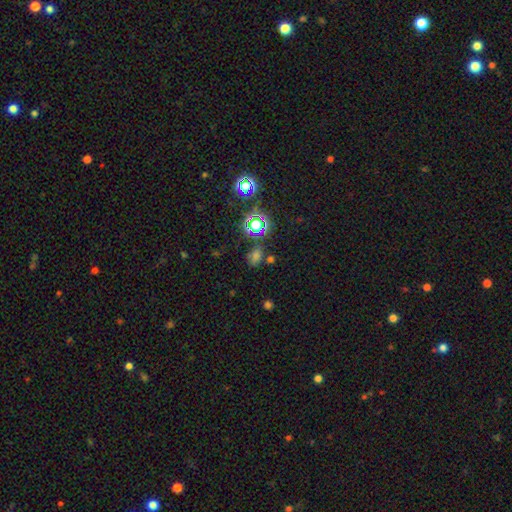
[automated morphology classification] Q: Smooth or featured?
A: star or artifact (53%); runner-up: smooth (38%)